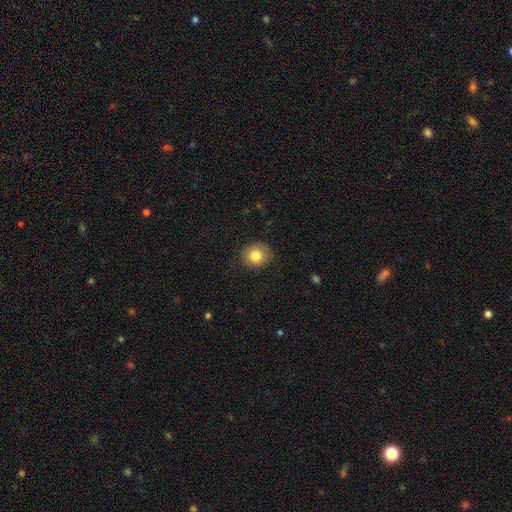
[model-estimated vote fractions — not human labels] smooth_or_featured: smooth (p=0.82) [alt: star or artifact p=0.10]
how_rounded: round (p=0.79) [alt: in between p=0.20]
merging: none (p=0.84) [alt: minor disturbance p=0.12]